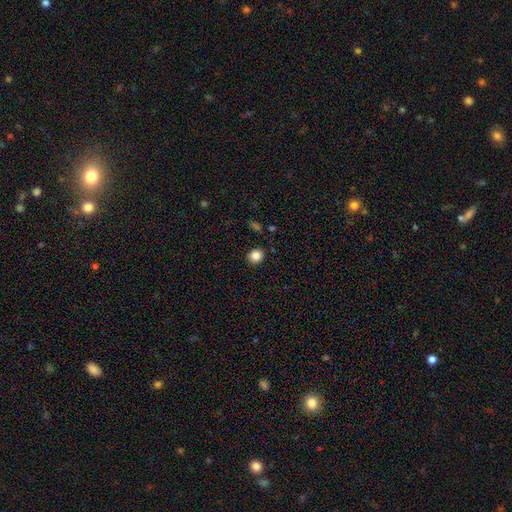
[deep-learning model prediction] This is clearly a smooth galaxy (84%). How rounded: likely round (79%). Merging: clearly none (91%).